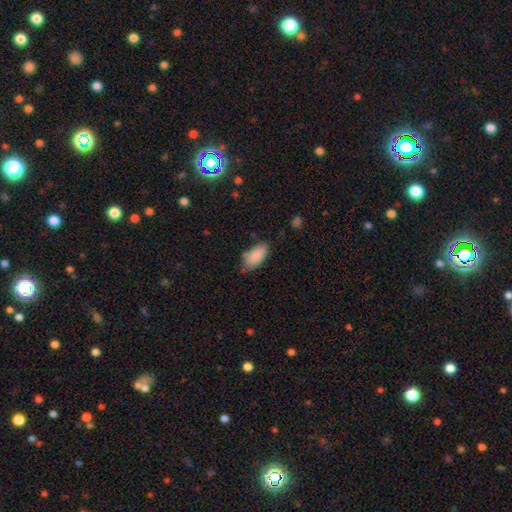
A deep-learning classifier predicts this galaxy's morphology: Overall: smooth (86%). How rounded: in between (92%). Merging: none (69%).